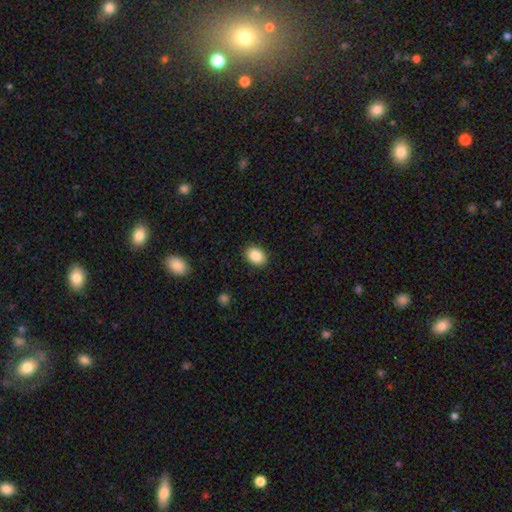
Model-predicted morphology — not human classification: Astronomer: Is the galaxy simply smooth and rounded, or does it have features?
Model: smooth — 87%.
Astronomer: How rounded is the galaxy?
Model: in between — 76%.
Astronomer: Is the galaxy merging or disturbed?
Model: none — 89%.